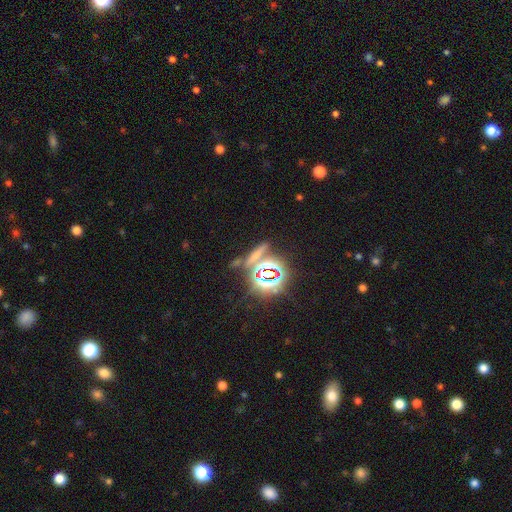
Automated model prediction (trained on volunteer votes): Q: Smooth or featured?
A: star or artifact (48%); runner-up: smooth (35%)